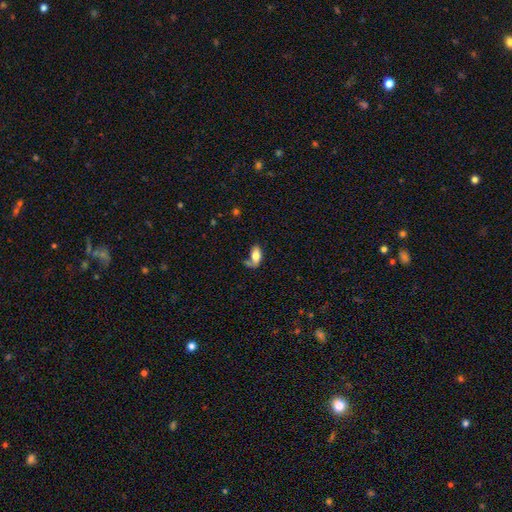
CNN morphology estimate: A smooth galaxy with no disk features (71%) that is in between round and cigar-shaped (88%).

Vote fractions:
- Smooth or featured? smooth: 71% / featured or disk: 22% / star or artifact: 7%
- How rounded? in between: 88% / cigar-shaped: 7% / round: 5%
- Merging? none: 40% / major disturbance: 22% / minor disturbance: 22% / merger: 16%